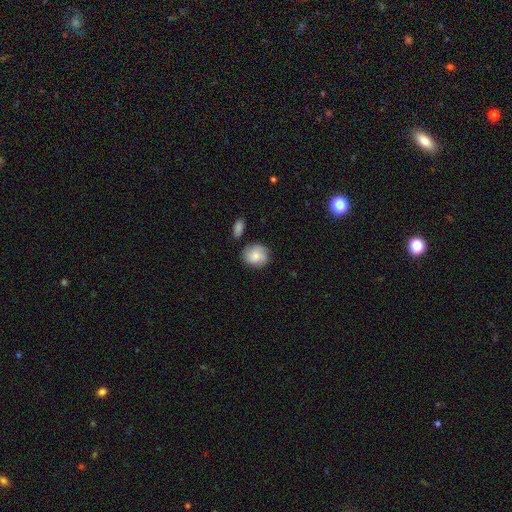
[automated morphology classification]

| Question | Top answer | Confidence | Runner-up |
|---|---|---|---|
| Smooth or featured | smooth | 66% | featured or disk (26%) |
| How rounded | round | 67% | in between (32%) |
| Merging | none | 70% | minor disturbance (20%) |